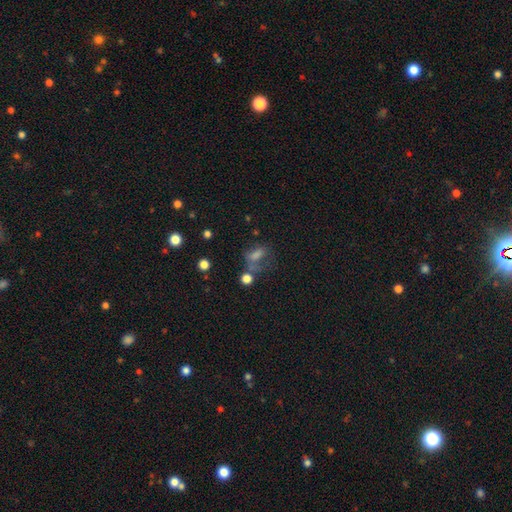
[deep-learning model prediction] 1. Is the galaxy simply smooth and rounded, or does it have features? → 46% smooth, 30% star or artifact, 25% featured or disk.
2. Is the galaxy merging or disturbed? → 39% none, 26% major disturbance, 20% minor disturbance, 15% merger.